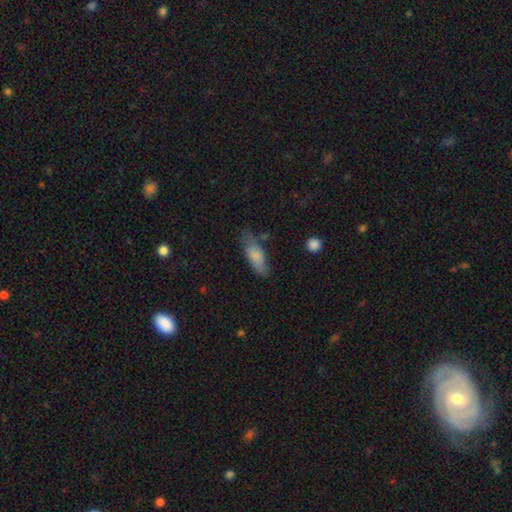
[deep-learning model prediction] Smooth or featured: smooth — 78% (featured or disk — 15%)
How rounded: in between — 69% (cigar-shaped — 29%)
Merging: none — 64% (minor disturbance — 26%)